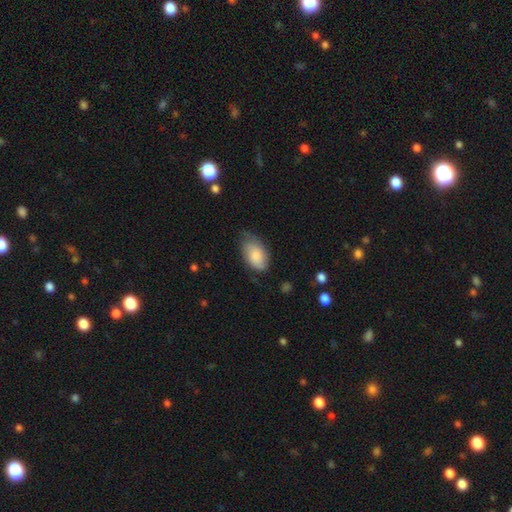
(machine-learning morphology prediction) A smooth galaxy with no disk features (71%) that is in between round and cigar-shaped (92%).

Vote fractions:
- Smooth or featured? smooth: 71% / featured or disk: 22% / star or artifact: 6%
- How rounded? in between: 92% / round: 6% / cigar-shaped: 2%
- Merging? none: 56% / minor disturbance: 34% / major disturbance: 9% / merger: 1%